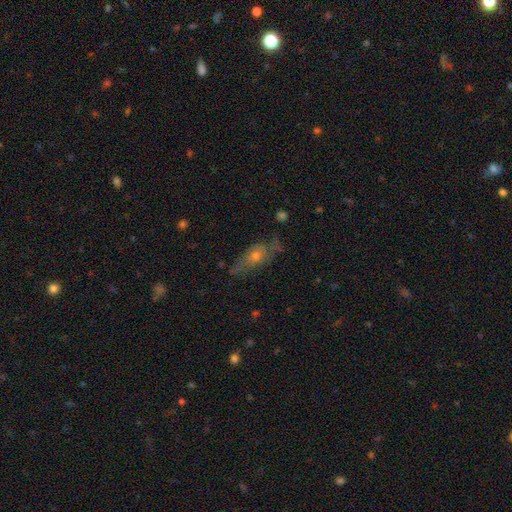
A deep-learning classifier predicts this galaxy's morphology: Smooth or featured? featured or disk (45%)
Merging? none (60%)